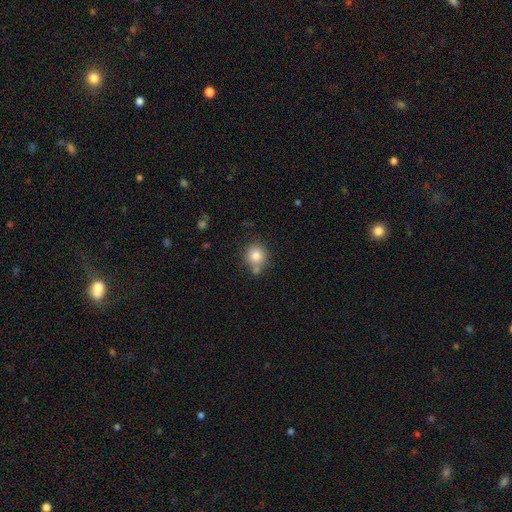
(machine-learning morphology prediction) This appears to be a smooth galaxy with no disk features (82%) that is round (87%). Merging: none (63%).